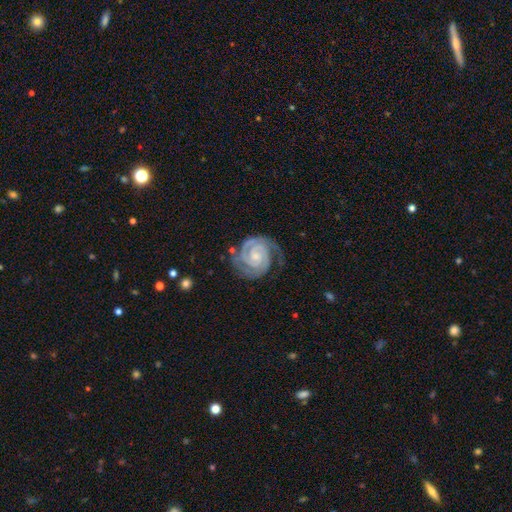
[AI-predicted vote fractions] featured or disk 92%, smooth 4%, star or artifact 4%. Down the decision tree: edge-on disk — no (98%); bar — no (58%); spiral arms — yes (99%); spiral arm count — 2 (79%); spiral winding — tight (77%); bulge size — small (62%); merging — none (73%).